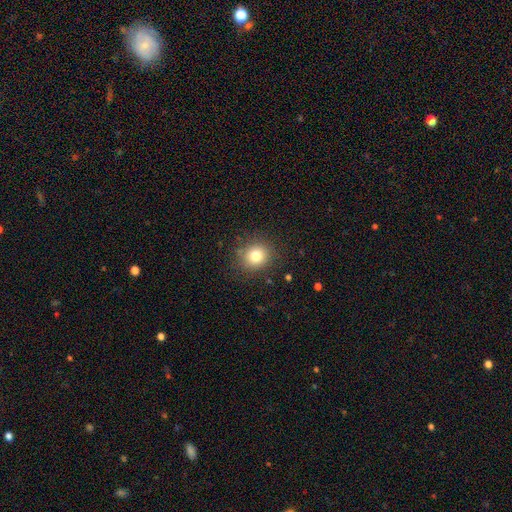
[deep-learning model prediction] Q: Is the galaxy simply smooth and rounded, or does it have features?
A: smooth — 79%.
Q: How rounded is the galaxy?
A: round — 82%.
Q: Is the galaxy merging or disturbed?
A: none — 85%.